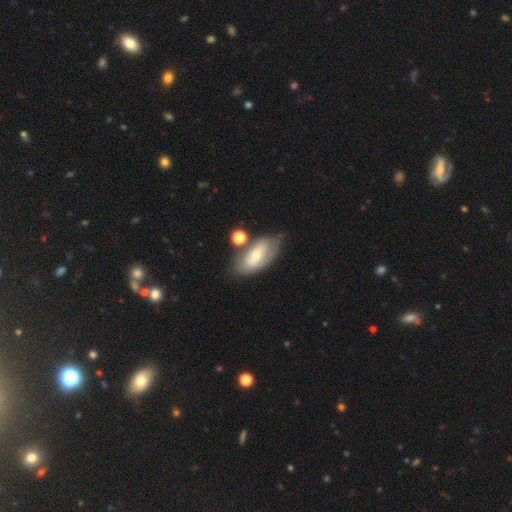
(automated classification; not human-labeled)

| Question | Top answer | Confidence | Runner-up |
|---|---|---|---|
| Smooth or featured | featured or disk | 57% | smooth (35%) |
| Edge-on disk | no | 88% | yes (12%) |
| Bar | no | 52% | weak (33%) |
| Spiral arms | yes | 57% | no (43%) |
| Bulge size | small | 51% | moderate (44%) |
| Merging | none | 61% | minor disturbance (21%) |